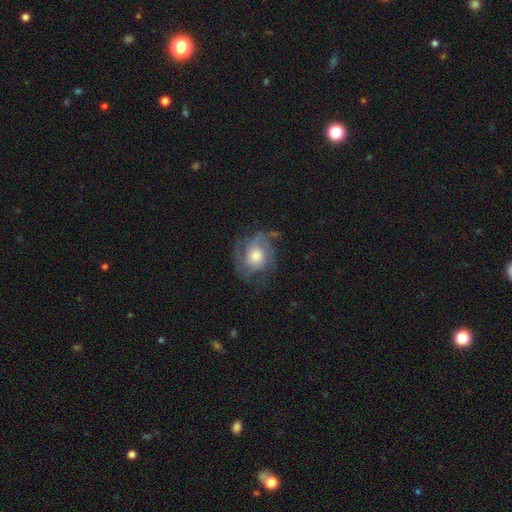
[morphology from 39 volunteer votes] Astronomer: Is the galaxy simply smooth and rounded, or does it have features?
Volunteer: featured or disk — 79%.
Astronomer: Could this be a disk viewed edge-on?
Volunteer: no — 97%.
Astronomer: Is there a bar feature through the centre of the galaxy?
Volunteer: no — 77%.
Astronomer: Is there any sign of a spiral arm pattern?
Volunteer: yes — 87%.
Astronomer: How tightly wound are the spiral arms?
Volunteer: tight — 65%.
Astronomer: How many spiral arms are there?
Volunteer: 2 — 50%.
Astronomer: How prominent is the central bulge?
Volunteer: moderate — 70%.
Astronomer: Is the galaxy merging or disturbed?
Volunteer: none — 67%.